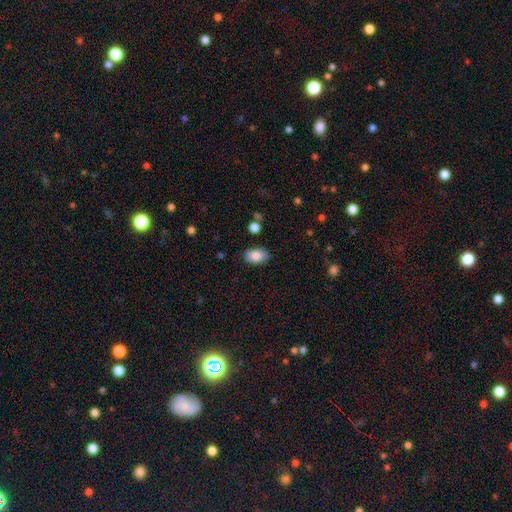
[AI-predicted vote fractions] Smooth or featured?
  - smooth: 87% *
  - star or artifact: 7%
  - featured or disk: 6%
How rounded?
  - in between: 89% *
  - round: 9%
  - cigar-shaped: 1%
Merging?
  - none: 86% *
  - minor disturbance: 10%
  - major disturbance: 3%
  - merger: 2%